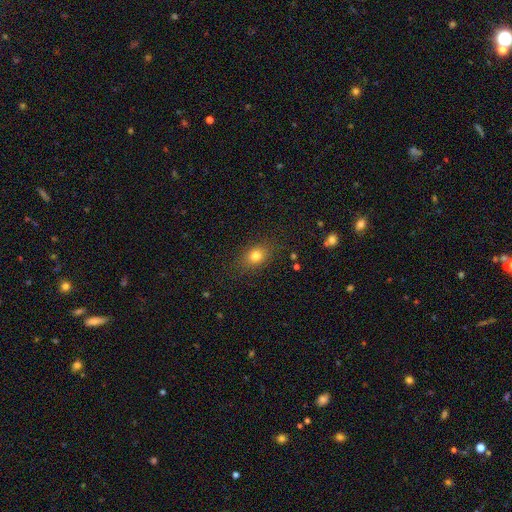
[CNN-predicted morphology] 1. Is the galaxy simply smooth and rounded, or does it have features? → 79% smooth, 12% star or artifact, 9% featured or disk.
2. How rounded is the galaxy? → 56% in between, 41% round, 2% cigar-shaped.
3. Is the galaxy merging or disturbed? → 82% none, 12% minor disturbance, 4% major disturbance, 1% merger.